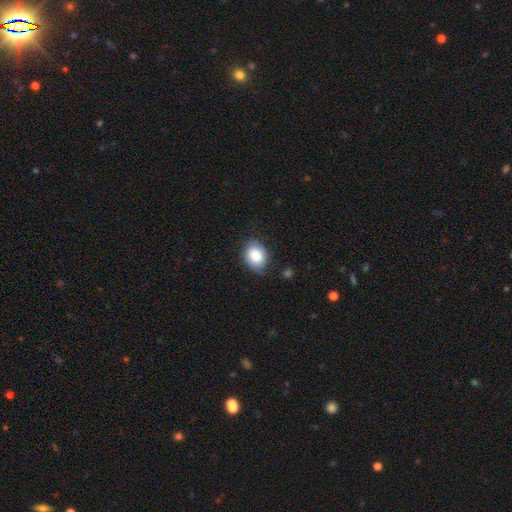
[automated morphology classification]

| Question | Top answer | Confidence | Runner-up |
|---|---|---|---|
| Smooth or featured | smooth | 84% | featured or disk (8%) |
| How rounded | in between | 57% | round (42%) |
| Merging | none | 71% | minor disturbance (23%) |